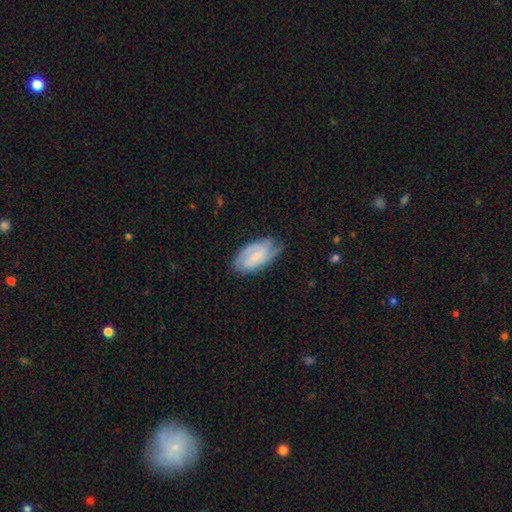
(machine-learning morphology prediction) This appears to be a featured or disk galaxy (67%) with a weak bar (51%), 2 (52%) tight (47%) spiral arms (91%) and a small central bulge (66%). Merging: none (67%).